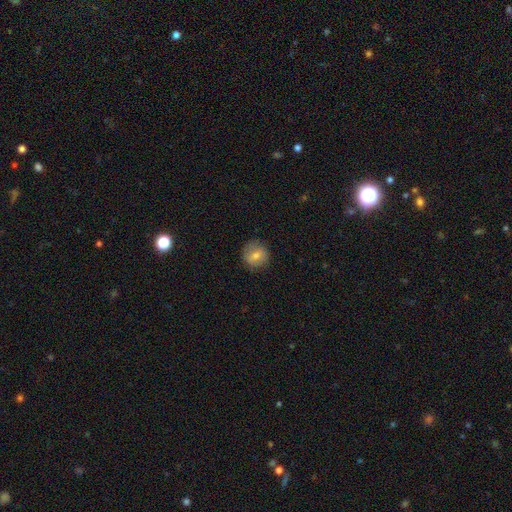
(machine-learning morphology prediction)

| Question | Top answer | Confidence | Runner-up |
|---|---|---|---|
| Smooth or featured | smooth | 62% | featured or disk (27%) |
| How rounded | round | 88% | in between (11%) |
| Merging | none | 84% | minor disturbance (11%) |